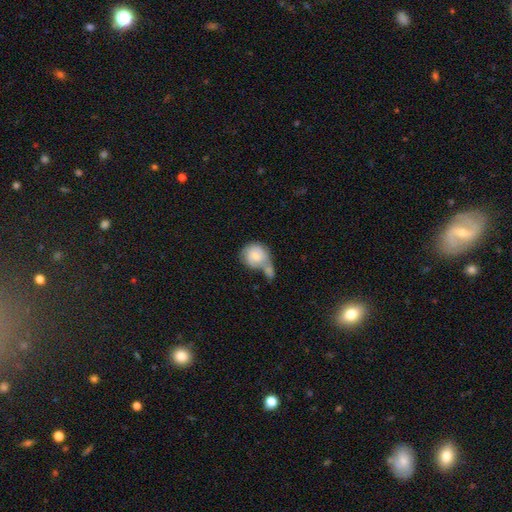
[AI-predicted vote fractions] This is likely a smooth galaxy (68%). How rounded: likely round (78%). Merging: possibly merger (52%).